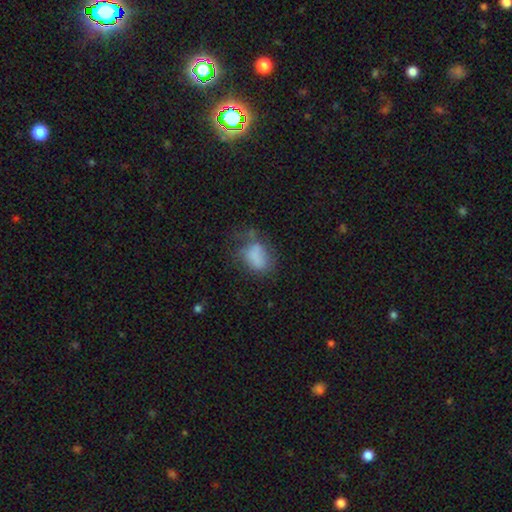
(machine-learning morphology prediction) type=smooth (68%); roundness=in between (76%); merging=none (38%).